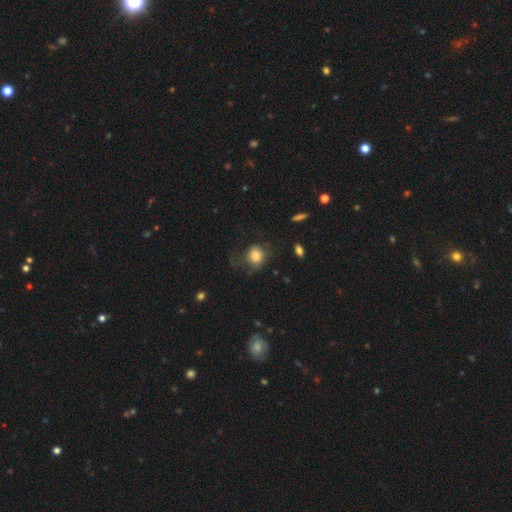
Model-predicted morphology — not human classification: Smooth or featured?
  - smooth: 79% *
  - featured or disk: 12%
  - star or artifact: 9%
How rounded?
  - round: 73% *
  - in between: 26%
  - cigar-shaped: 1%
Merging?
  - none: 52% *
  - minor disturbance: 23%
  - major disturbance: 23%
  - merger: 2%